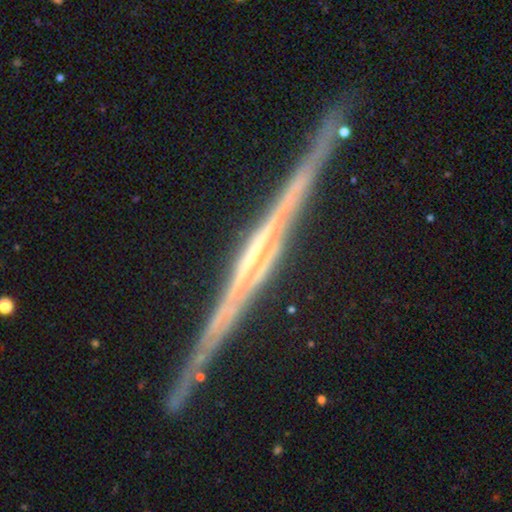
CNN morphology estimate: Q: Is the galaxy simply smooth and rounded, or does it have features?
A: featured or disk — 89%.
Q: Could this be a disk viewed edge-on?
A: yes — 98%.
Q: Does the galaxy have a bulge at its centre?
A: rounded — 43%.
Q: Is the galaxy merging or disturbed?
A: none — 89%.